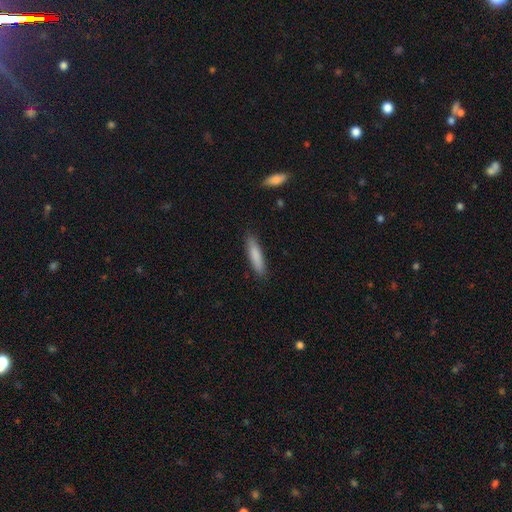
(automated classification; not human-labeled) Smooth or featured? smooth (84%)
How rounded? cigar-shaped (78%)
Merging? none (87%)